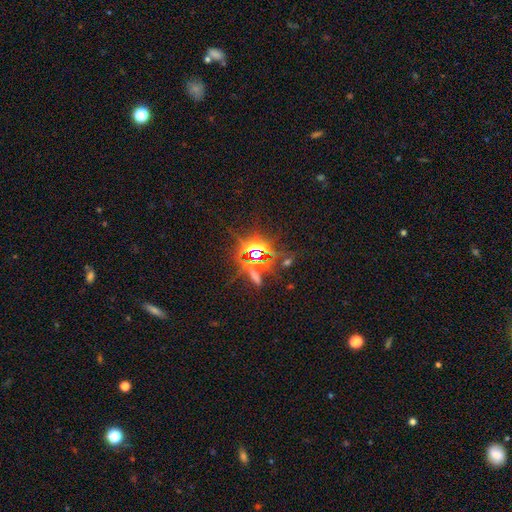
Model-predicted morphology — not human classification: The model was most divided on "smooth or featured": star or artifact: 80%, smooth: 11%, featured or disk: 9%.